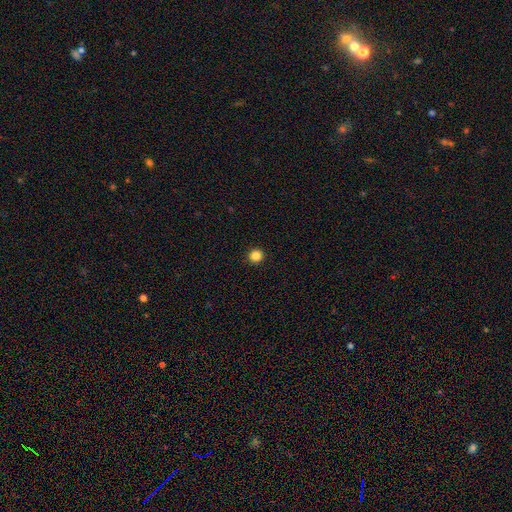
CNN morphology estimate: Smooth or featured? Predicted: smooth (p=0.85). How rounded? Predicted: round (p=0.95). Merging? Predicted: none (p=0.94).